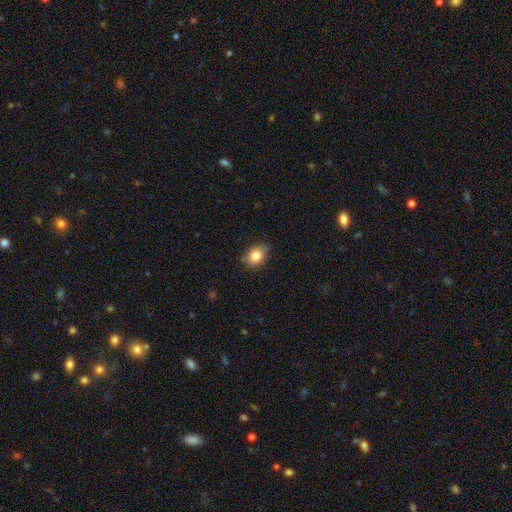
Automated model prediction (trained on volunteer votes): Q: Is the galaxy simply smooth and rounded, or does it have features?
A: smooth — 83%.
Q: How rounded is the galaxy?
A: in between — 58%.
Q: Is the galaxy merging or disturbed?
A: none — 78%.